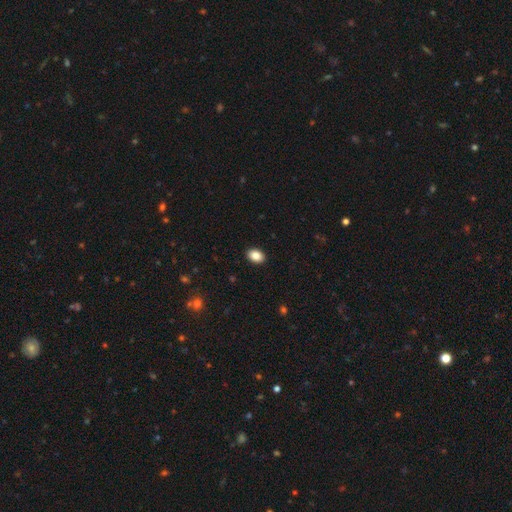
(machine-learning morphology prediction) A smooth galaxy with no disk features (87%) that is in between round and cigar-shaped (81%). Merging: none (91%).